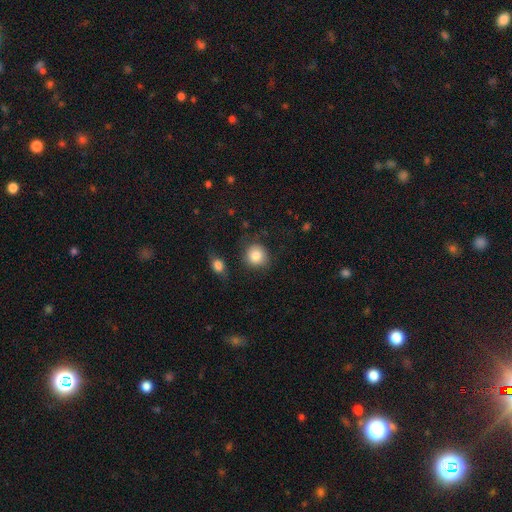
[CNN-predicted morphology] Smooth or featured?
  - smooth: 86% *
  - star or artifact: 8%
  - featured or disk: 6%
How rounded?
  - round: 86% *
  - in between: 13%
  - cigar-shaped: 1%
Merging?
  - none: 74% *
  - minor disturbance: 14%
  - major disturbance: 6%
  - merger: 5%